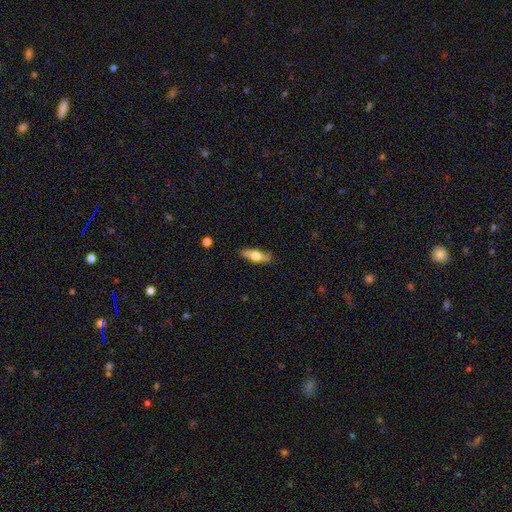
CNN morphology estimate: Smooth or featured?
  - smooth: 50% *
  - featured or disk: 44%
  - star or artifact: 6%
How rounded?
  - in between: 51% *
  - cigar-shaped: 46%
  - round: 3%
Merging?
  - none: 87% *
  - minor disturbance: 10%
  - major disturbance: 2%
  - merger: 1%